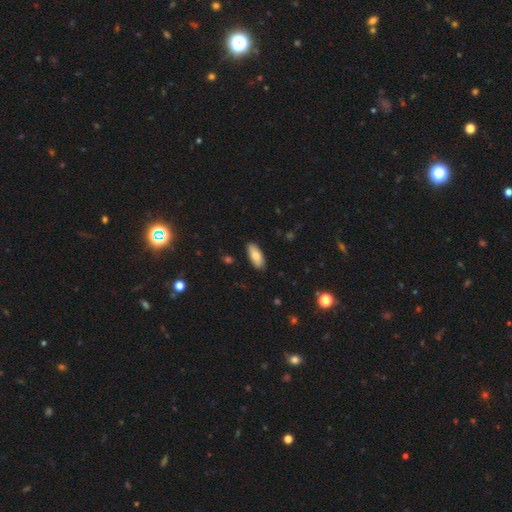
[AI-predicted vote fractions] A smooth galaxy with no disk features (81%) that is in between round and cigar-shaped (82%).

Vote fractions:
- Smooth or featured? smooth: 81% / featured or disk: 12% / star or artifact: 6%
- How rounded? in between: 82% / cigar-shaped: 16% / round: 2%
- Merging? none: 86% / minor disturbance: 11% / major disturbance: 2% / merger: 1%